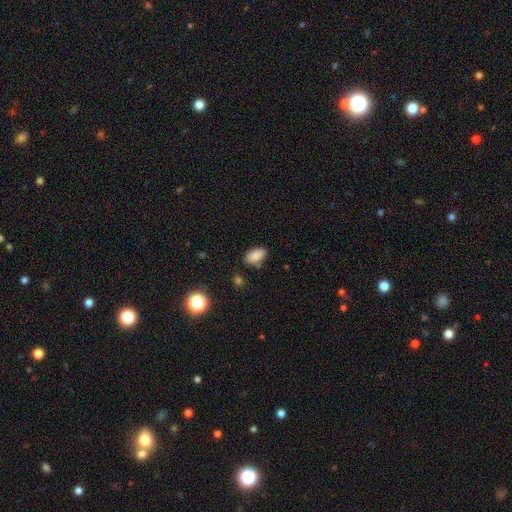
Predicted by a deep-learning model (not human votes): A smooth galaxy with no disk features (86%) that is in between round and cigar-shaped (93%). Merging: none (77%).